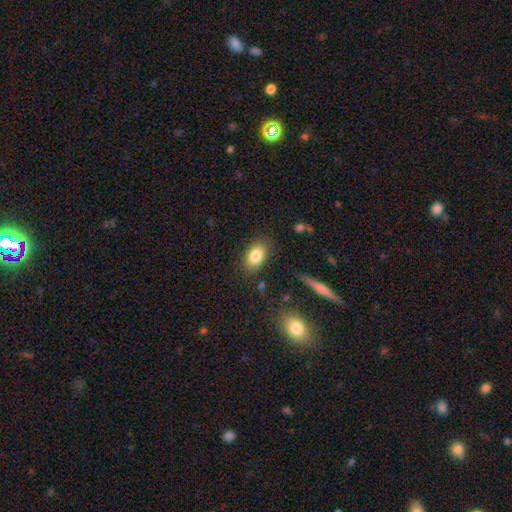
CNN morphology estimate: Overall: smooth (83%). How rounded: in between (87%). Merging: none (82%).